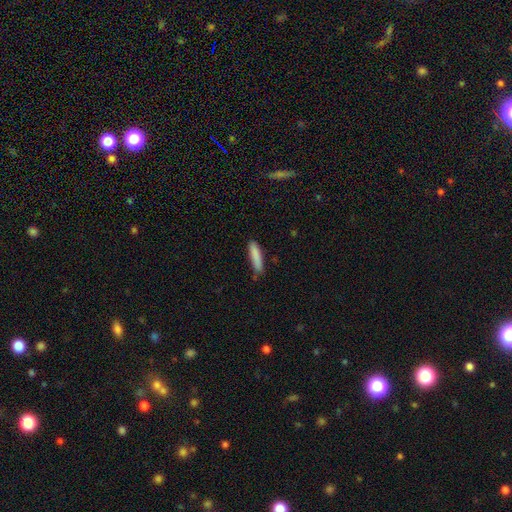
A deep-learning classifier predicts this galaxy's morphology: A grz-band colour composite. It shows a smooth galaxy with no disk features (86%) that is cigar-shaped (82%). Merging: none (81%).